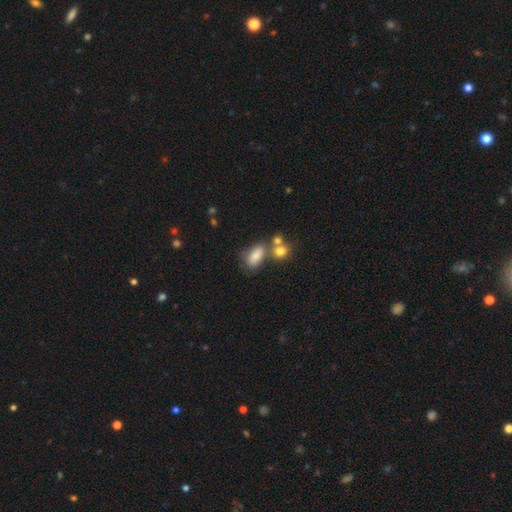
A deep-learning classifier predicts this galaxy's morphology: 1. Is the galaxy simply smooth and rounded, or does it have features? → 81% smooth, 10% featured or disk, 9% star or artifact.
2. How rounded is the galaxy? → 85% in between, 8% round, 7% cigar-shaped.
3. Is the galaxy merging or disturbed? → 47% none, 30% merger, 16% minor disturbance, 7% major disturbance.